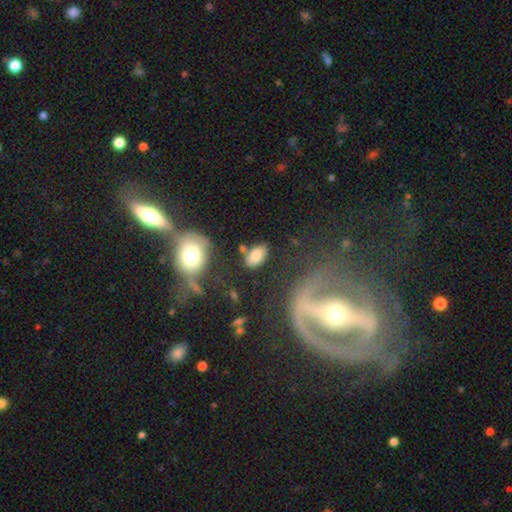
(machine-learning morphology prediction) A smooth galaxy with no disk features (76%) that is in between round and cigar-shaped (89%).

Vote fractions:
- Smooth or featured? smooth: 76% / featured or disk: 14% / star or artifact: 9%
- How rounded? in between: 89% / round: 9% / cigar-shaped: 2%
- Merging? none: 67% / minor disturbance: 17% / merger: 10% / major disturbance: 6%